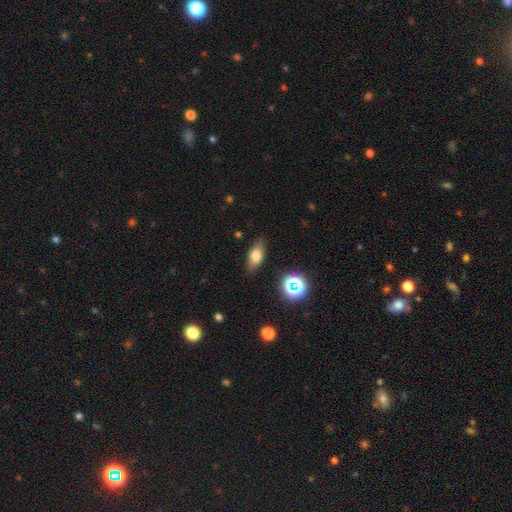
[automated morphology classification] Smooth or featured? Predicted: smooth (p=0.73). How rounded? Predicted: in between (p=0.82). Merging? Predicted: none (p=0.84).